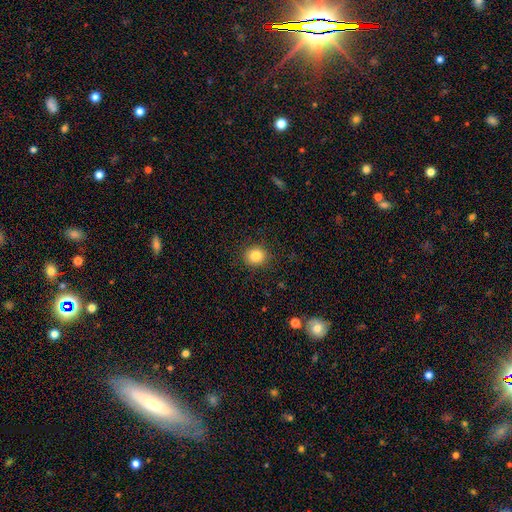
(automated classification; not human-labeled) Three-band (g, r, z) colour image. It shows a smooth galaxy with no disk features (83%) that is round (83%). Merging: none (90%).